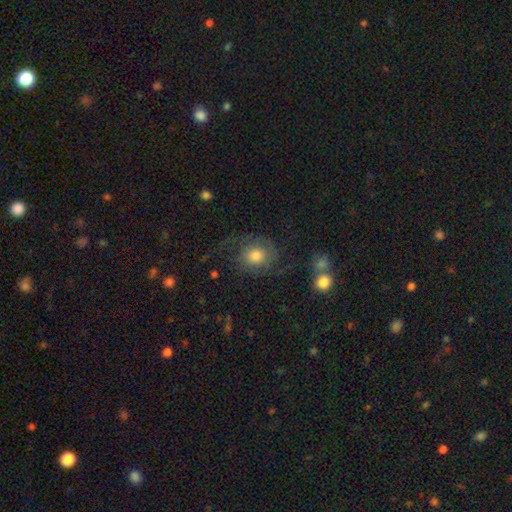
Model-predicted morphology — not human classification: Smooth or featured: featured or disk — 51% (smooth — 39%)
Edge-on disk: no — 97% (yes — 3%)
Merging: none — 59% (major disturbance — 20%)